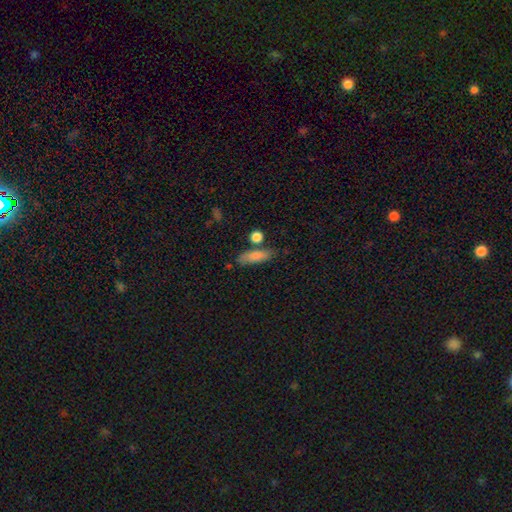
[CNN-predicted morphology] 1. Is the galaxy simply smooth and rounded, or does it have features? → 83% smooth, 9% featured or disk, 8% star or artifact.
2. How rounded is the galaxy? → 50% in between, 46% cigar-shaped, 5% round.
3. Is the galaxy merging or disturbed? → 68% none, 17% minor disturbance, 10% merger, 5% major disturbance.